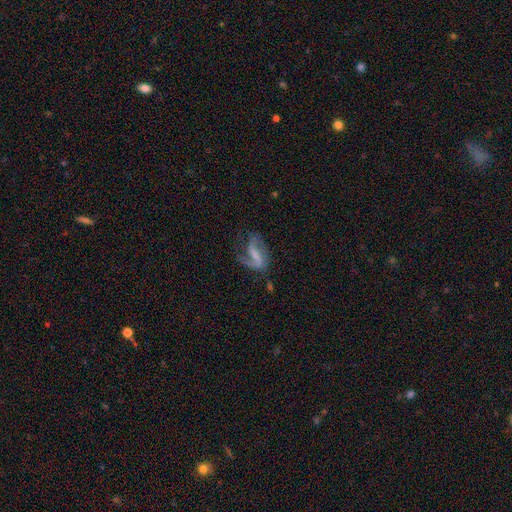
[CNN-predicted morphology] Smooth or featured?
  - featured or disk: 77% *
  - smooth: 15%
  - star or artifact: 7%
Edge-on disk?
  - no: 96% *
  - yes: 4%
Bar?
  - strong: 41% *
  - weak: 40%
  - no: 19%
Spiral arms?
  - yes: 89% *
  - no: 11%
Spiral winding?
  - loose: 54% *
  - medium: 36%
  - tight: 11%
Spiral arm count?
  - 2: 65% *
  - 1: 26%
  - can't tell: 5%
  - 3: 2%
  - 4: 1%
  - more than 4: 1%
Bulge size?
  - none: 41% *
  - small: 35%
  - moderate: 18%
  - large: 4%
  - dominant: 1%
Merging?
  - none: 45% *
  - major disturbance: 30%
  - minor disturbance: 22%
  - merger: 4%